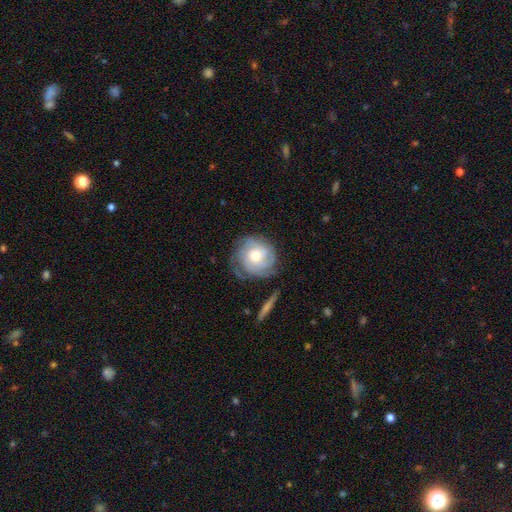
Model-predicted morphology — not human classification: smooth-or-featured: featured or disk: 68% | smooth: 25% | star or artifact: 7%
  disk-edge-on: no: 97% | yes: 3%
    bar: no: 79% | weak: 18% | strong: 3%
    has-spiral-arms: yes: 89% | no: 11%
      spiral-winding: tight: 68% | medium: 25% | loose: 8%
      spiral-arm-count: can't tell: 39% | 3: 23% | 2: 16% | 4: 11% | 1: 6% | more than 4: 5%
    bulge-size: moderate: 68% | large: 18% | small: 12% | dominant: 2% | none: 1%
  merging: none: 67% | minor disturbance: 21% | major disturbance: 9% | merger: 2%